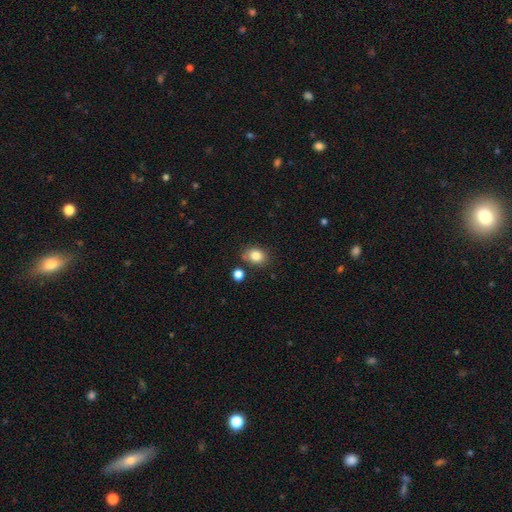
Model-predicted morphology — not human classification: smooth 83%, star or artifact 10%, featured or disk 7%. Down the decision tree: how rounded — in between (57%); merging — none (76%).